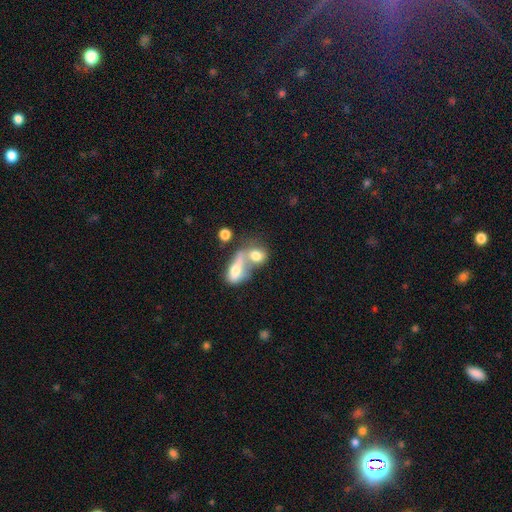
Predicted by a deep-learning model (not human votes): Q: Smooth or featured?
A: smooth (71%); runner-up: featured or disk (20%)
Q: How rounded?
A: in between (61%); runner-up: round (33%)
Q: Merging?
A: merger (69%); runner-up: none (17%)